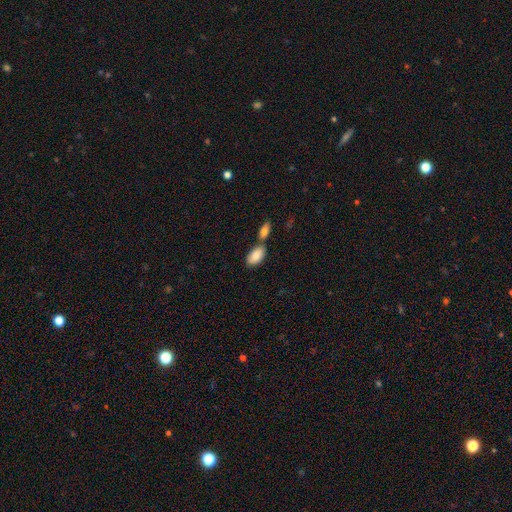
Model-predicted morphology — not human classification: smooth-or-featured: smooth: 81% | featured or disk: 12% | star or artifact: 6%
  how-rounded: in between: 94% | round: 3% | cigar-shaped: 3%
  merging: none: 51% | merger: 36% | minor disturbance: 10% | major disturbance: 3%